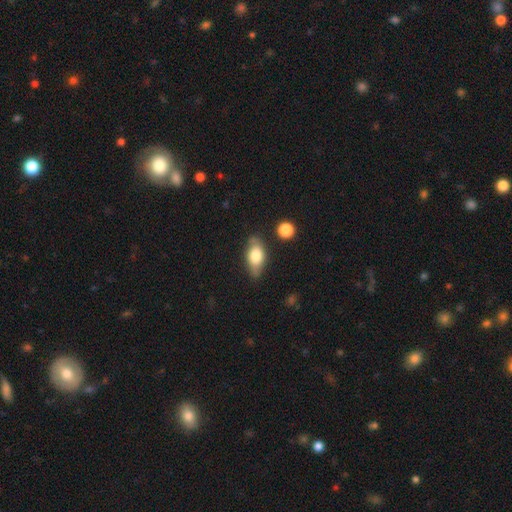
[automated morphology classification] smooth 70%, featured or disk 23%, star or artifact 7%. Down the decision tree: how rounded — in between (85%); merging — none (74%).